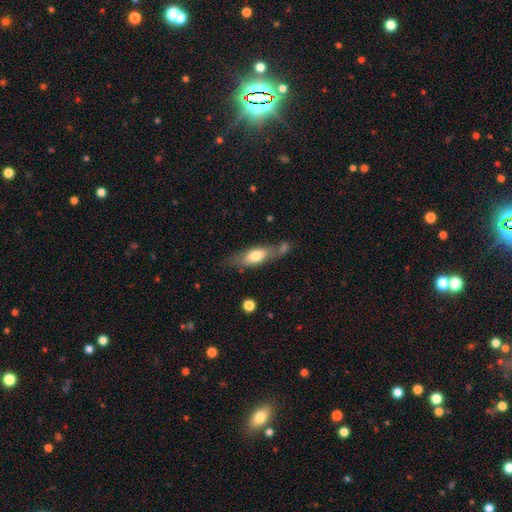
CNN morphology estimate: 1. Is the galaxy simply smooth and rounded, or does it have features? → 60% smooth, 34% featured or disk, 6% star or artifact.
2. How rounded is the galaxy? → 60% in between, 37% cigar-shaped, 4% round.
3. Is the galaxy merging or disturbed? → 54% none, 21% minor disturbance, 18% merger, 7% major disturbance.